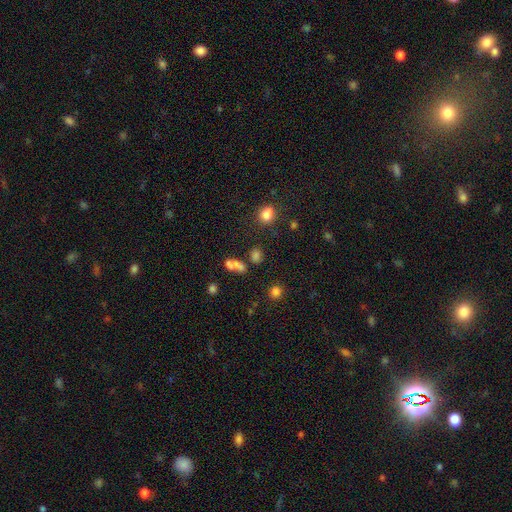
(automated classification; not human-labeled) Smooth or featured: smooth — 65% (star or artifact — 22%)
How rounded: in between — 49% (round — 46%)
Merging: none — 47% (merger — 34%)